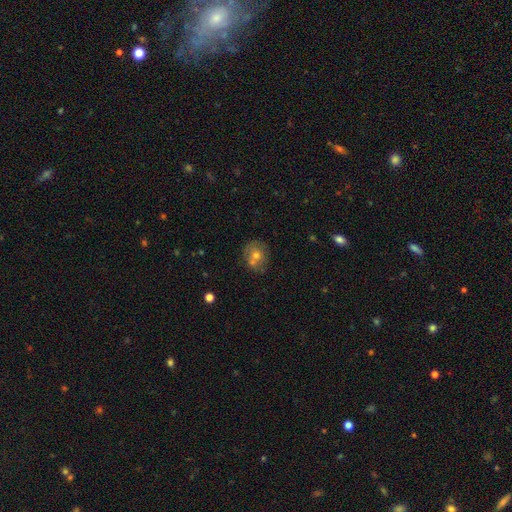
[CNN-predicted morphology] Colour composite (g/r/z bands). It shows a smooth galaxy with no disk features (57%) that is round (77%). Merging: none (54%).